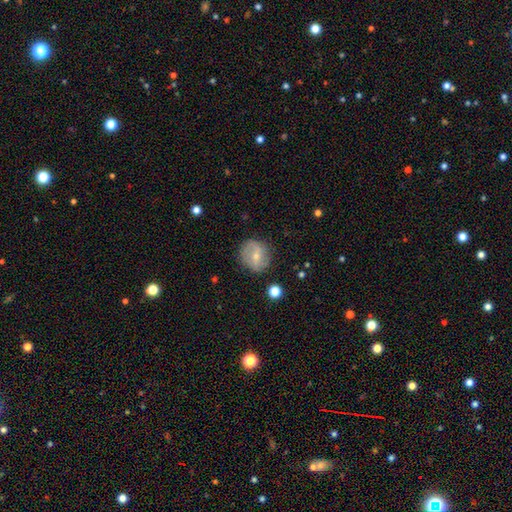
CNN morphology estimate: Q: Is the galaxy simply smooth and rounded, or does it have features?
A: featured or disk — 51%.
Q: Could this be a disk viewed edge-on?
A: no — 96%.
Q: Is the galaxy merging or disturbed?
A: none — 81%.